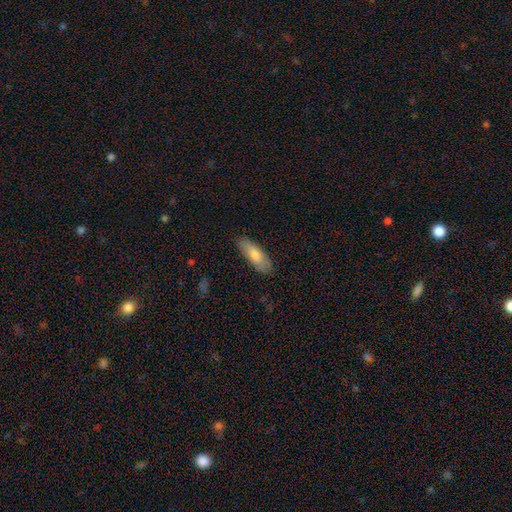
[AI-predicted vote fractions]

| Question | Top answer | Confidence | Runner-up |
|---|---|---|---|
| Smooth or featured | smooth | 71% | featured or disk (23%) |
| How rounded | in between | 55% | cigar-shaped (43%) |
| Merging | none | 83% | minor disturbance (13%) |